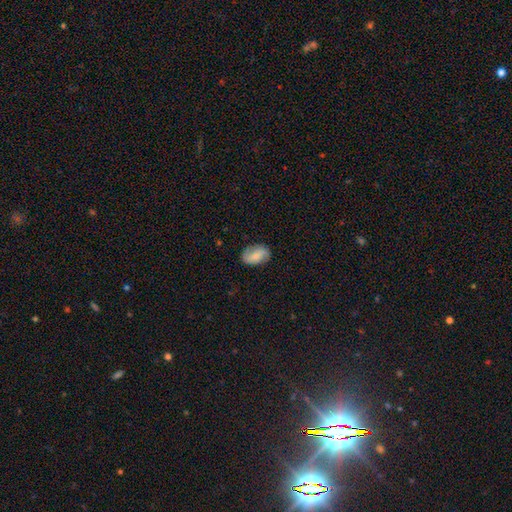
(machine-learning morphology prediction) smooth-or-featured: smooth: 52% | featured or disk: 40% | star or artifact: 8%
  how-rounded: in between: 86% | round: 12% | cigar-shaped: 2%
  merging: none: 78% | minor disturbance: 16% | major disturbance: 4% | merger: 1%